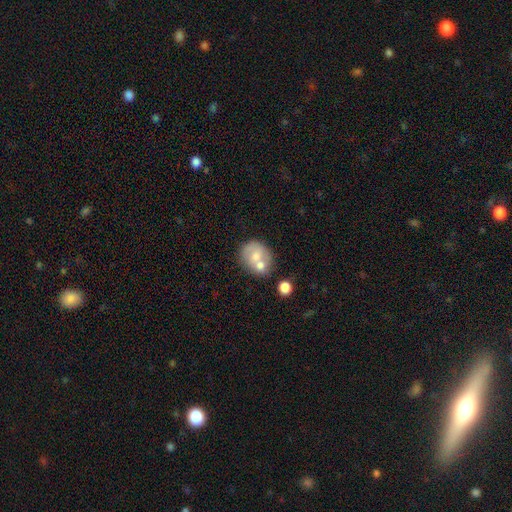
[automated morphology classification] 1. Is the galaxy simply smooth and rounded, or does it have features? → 60% smooth, 31% featured or disk, 8% star or artifact.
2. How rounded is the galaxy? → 66% round, 33% in between, 1% cigar-shaped.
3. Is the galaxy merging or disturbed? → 42% merger, 40% none, 13% minor disturbance, 5% major disturbance.